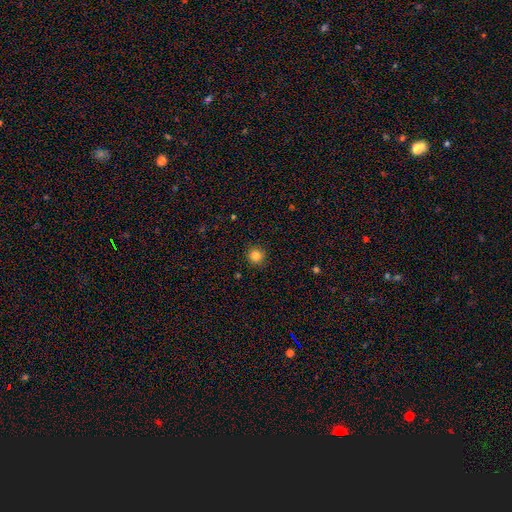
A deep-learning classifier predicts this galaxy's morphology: Q: Smooth or featured?
A: smooth (83%); runner-up: star or artifact (12%)
Q: How rounded?
A: round (96%); runner-up: in between (3%)
Q: Merging?
A: none (92%); runner-up: minor disturbance (5%)